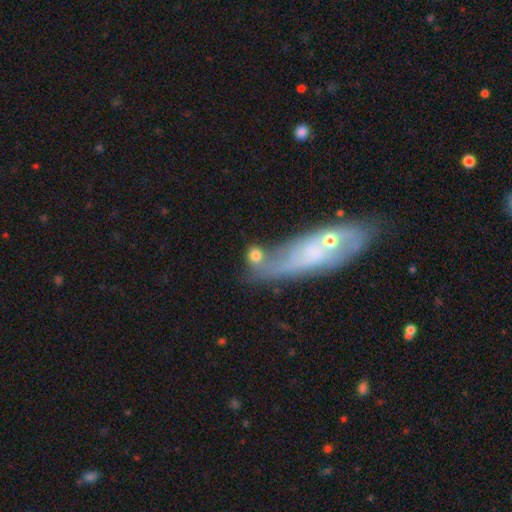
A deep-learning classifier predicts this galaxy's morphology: Smooth or featured? smooth (69%)
How rounded? round (62%)
Merging? none (46%)